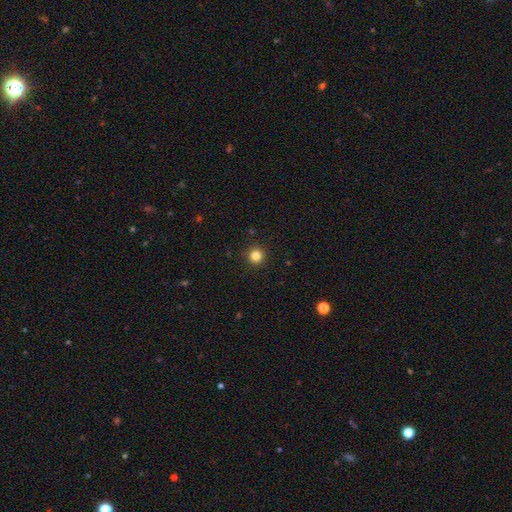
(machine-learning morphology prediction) smooth-or-featured: smooth: 83% | star or artifact: 12% | featured or disk: 4%
  how-rounded: round: 95% | in between: 4% | cigar-shaped: 1%
  merging: none: 93% | minor disturbance: 5% | major disturbance: 2% | merger: 1%